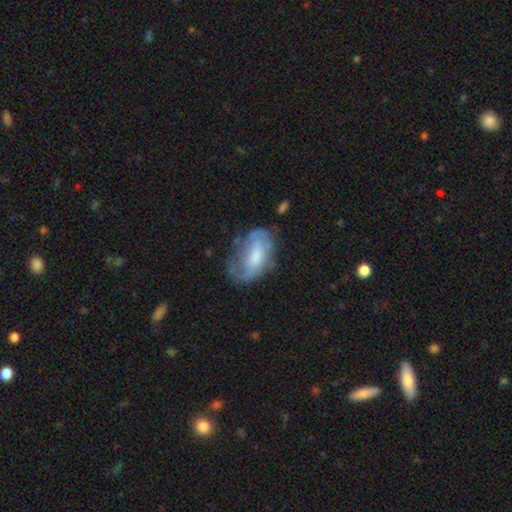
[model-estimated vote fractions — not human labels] This is possibly a featured or disk galaxy (57%). It is clearly not viewed edge-on (95%). Bar: possibly no (50%). Spiral arm pattern: likely yes (68%). Central bulge: possibly moderate (46%). Merging: possibly none (50%).